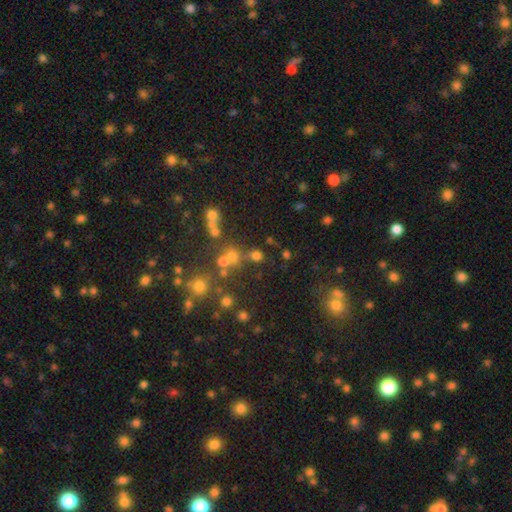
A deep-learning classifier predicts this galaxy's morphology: A smooth galaxy with no disk features (49%).

Vote fractions:
- Smooth or featured? smooth: 49% / star or artifact: 38% / featured or disk: 13%
- Merging? none: 66% / merger: 19% / minor disturbance: 9% / major disturbance: 5%